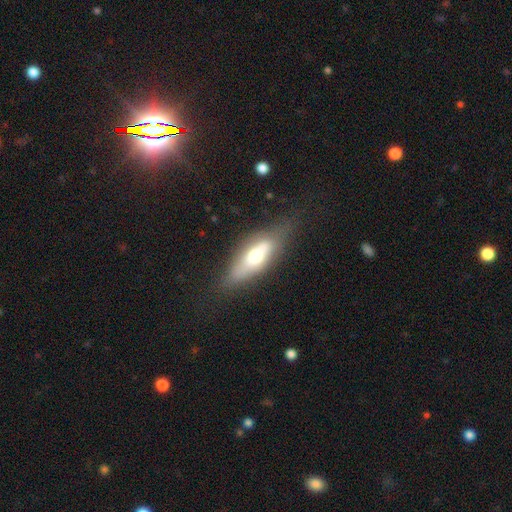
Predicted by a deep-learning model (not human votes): Smooth or featured? Predicted: smooth (p=0.50). Merging? Predicted: none (p=0.65).